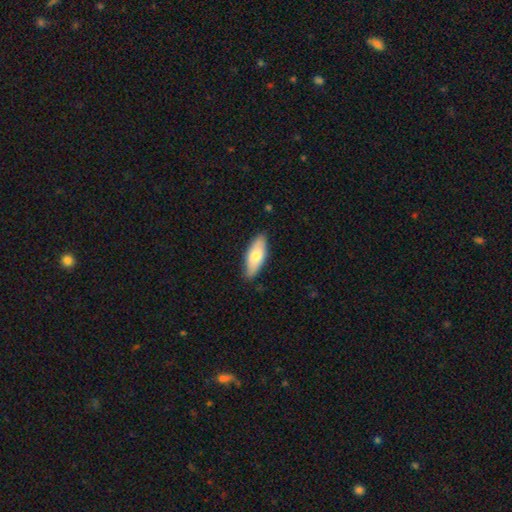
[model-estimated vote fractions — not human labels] This is likely a smooth galaxy (73%). How rounded: likely in between (75%). Merging: clearly none (84%).